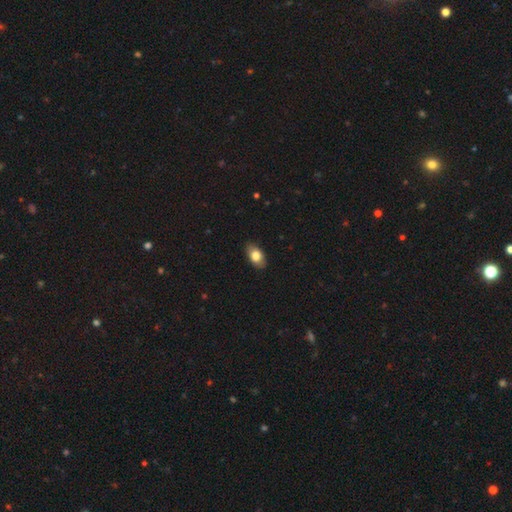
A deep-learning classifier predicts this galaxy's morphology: Q: Smooth or featured?
A: smooth (80%); runner-up: featured or disk (13%)
Q: How rounded?
A: in between (91%); runner-up: round (7%)
Q: Merging?
A: none (87%); runner-up: minor disturbance (10%)